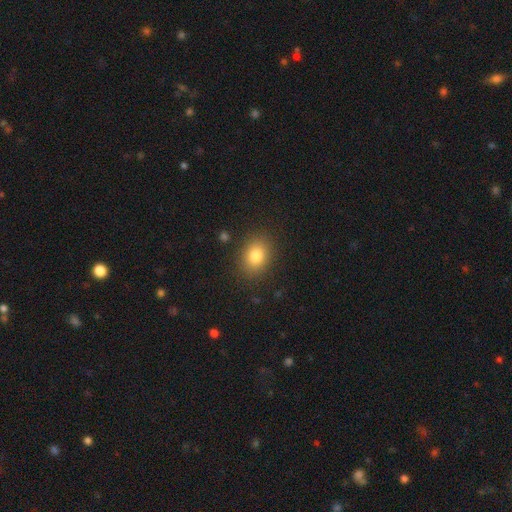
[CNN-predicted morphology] Smooth or featured: smooth — 81% (star or artifact — 10%)
How rounded: in between — 63% (round — 36%)
Merging: none — 87% (minor disturbance — 9%)